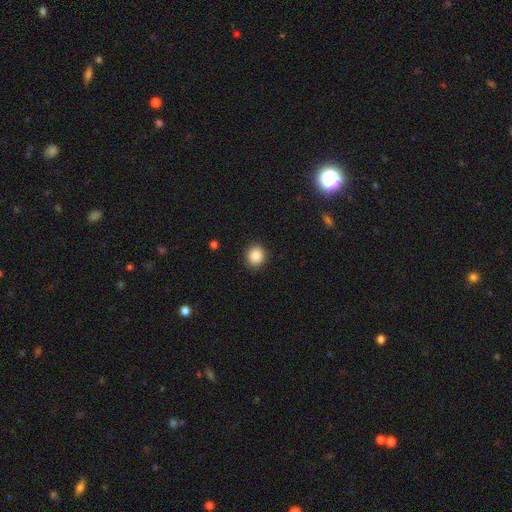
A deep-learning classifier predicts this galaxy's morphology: Smooth or featured? smooth (88%)
How rounded? round (84%)
Merging? none (91%)